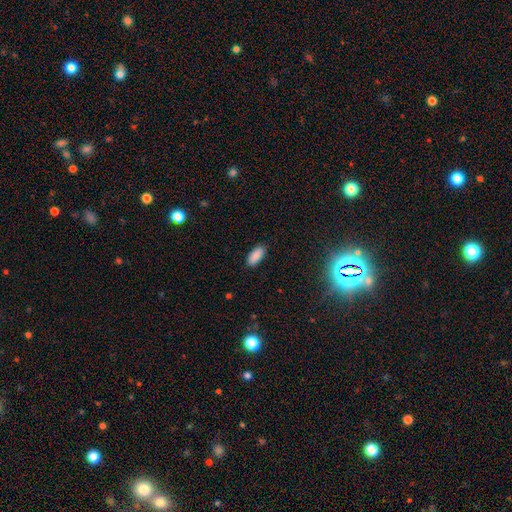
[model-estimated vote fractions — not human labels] smooth 89%, star or artifact 7%, featured or disk 4%. Down the decision tree: how rounded — in between (85%); merging — none (88%).